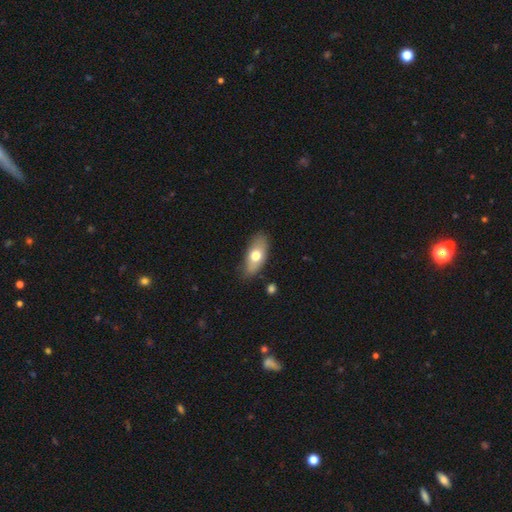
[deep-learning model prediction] Overall: smooth (66%; featured or disk 28%). How rounded: in between (84%). Merging: none (78%).